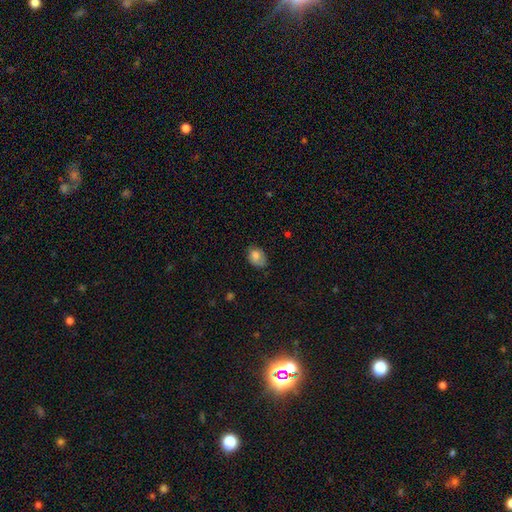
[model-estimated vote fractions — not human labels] Overall: smooth (80%). How rounded: in between (72%). Merging: none (61%; minor disturbance 30%).